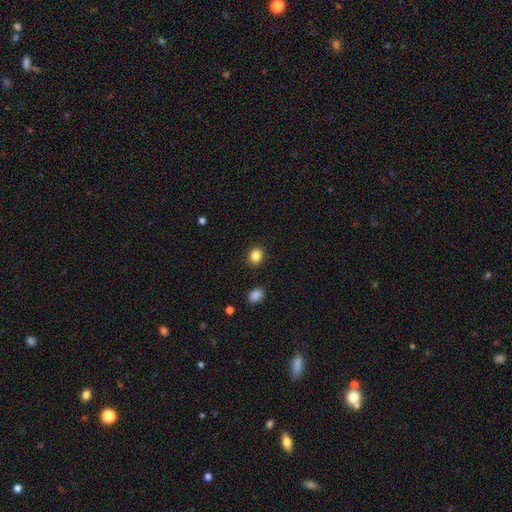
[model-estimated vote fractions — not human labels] Smooth or featured? Predicted: smooth (p=0.85). How rounded? Predicted: round (p=0.67). Merging? Predicted: none (p=0.90).